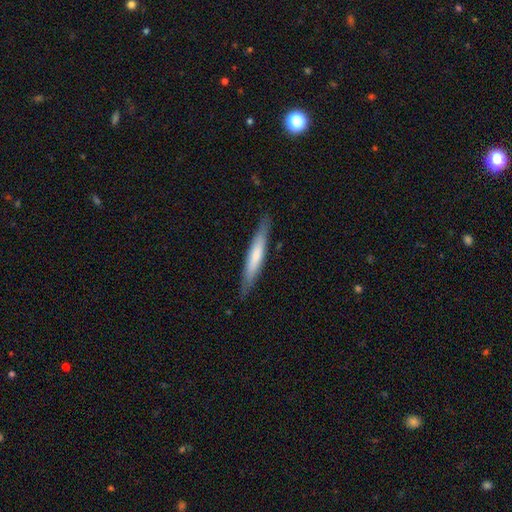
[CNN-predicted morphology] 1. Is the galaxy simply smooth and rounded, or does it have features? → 60% smooth, 35% featured or disk, 5% star or artifact.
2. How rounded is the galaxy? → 92% cigar-shaped, 7% in between, 1% round.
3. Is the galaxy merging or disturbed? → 86% none, 11% minor disturbance, 2% major disturbance, 1% merger.